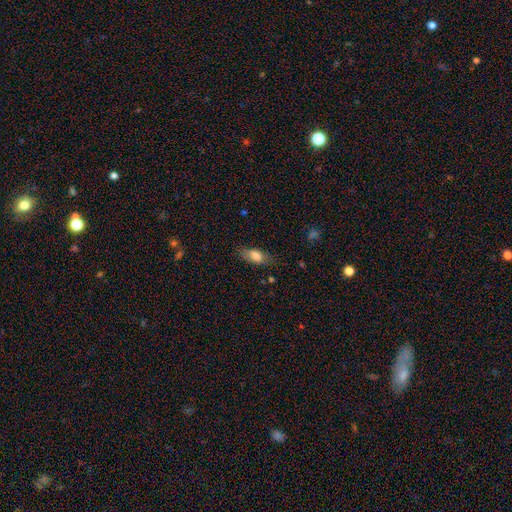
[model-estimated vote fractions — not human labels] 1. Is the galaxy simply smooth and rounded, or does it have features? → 77% smooth, 16% featured or disk, 7% star or artifact.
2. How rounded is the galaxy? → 78% in between, 18% cigar-shaped, 3% round.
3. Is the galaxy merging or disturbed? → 74% none, 19% minor disturbance, 5% major disturbance, 1% merger.